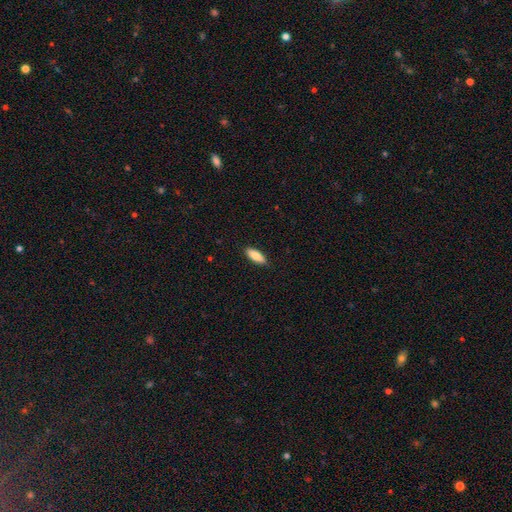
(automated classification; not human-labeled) smooth-or-featured: smooth: 83% | featured or disk: 11% | star or artifact: 6%
  how-rounded: in between: 67% | cigar-shaped: 31% | round: 2%
  merging: none: 88% | minor disturbance: 9% | major disturbance: 2% | merger: 1%